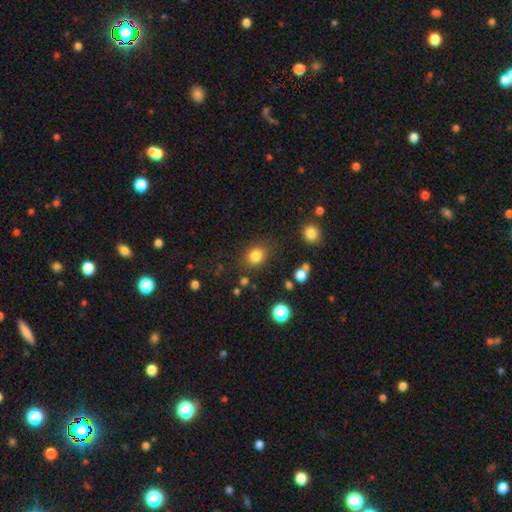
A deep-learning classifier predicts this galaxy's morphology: A smooth galaxy with no disk features (82%) that is round (59%).

Vote fractions:
- Smooth or featured? smooth: 82% / star or artifact: 12% / featured or disk: 6%
- How rounded? round: 59% / in between: 40% / cigar-shaped: 1%
- Merging? none: 79% / minor disturbance: 13% / major disturbance: 5% / merger: 3%